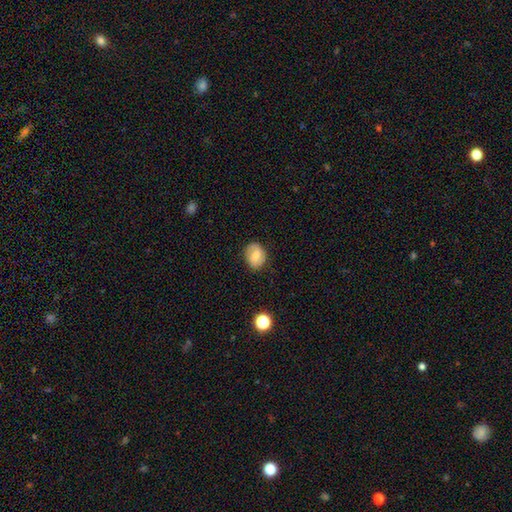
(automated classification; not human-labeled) This is likely a smooth galaxy (64%). How rounded: possibly in between (50%). Merging: likely none (77%).